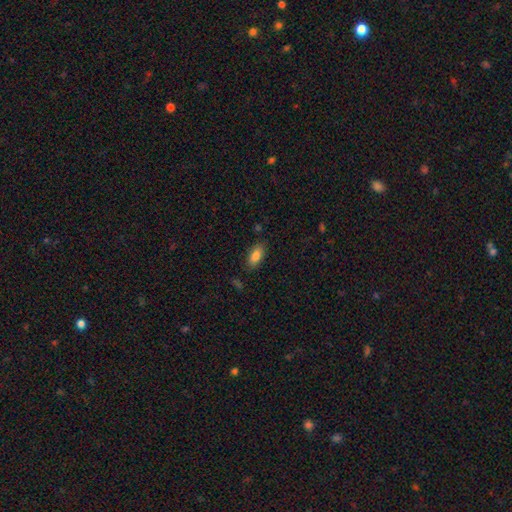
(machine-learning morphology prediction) Smooth or featured: smooth — 84% (featured or disk — 8%)
How rounded: in between — 87% (cigar-shaped — 10%)
Merging: none — 83% (minor disturbance — 12%)